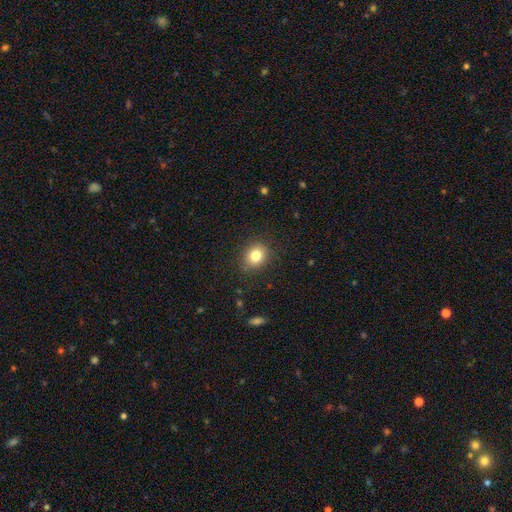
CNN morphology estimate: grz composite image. It shows a smooth galaxy with no disk features (81%) that is round (65%). Merging: none (85%).